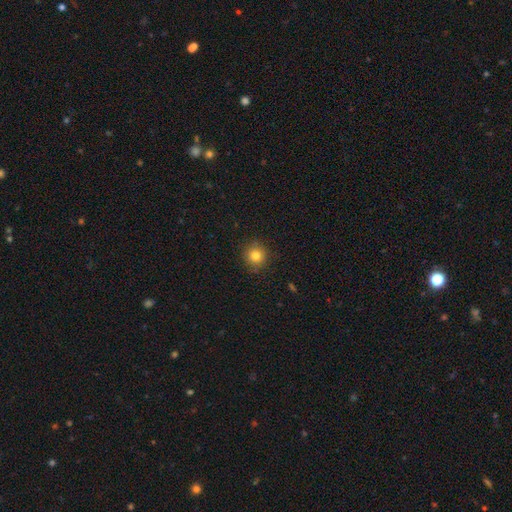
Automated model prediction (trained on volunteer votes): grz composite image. It shows a smooth galaxy with no disk features (81%) that is round (93%). Merging: none (89%).